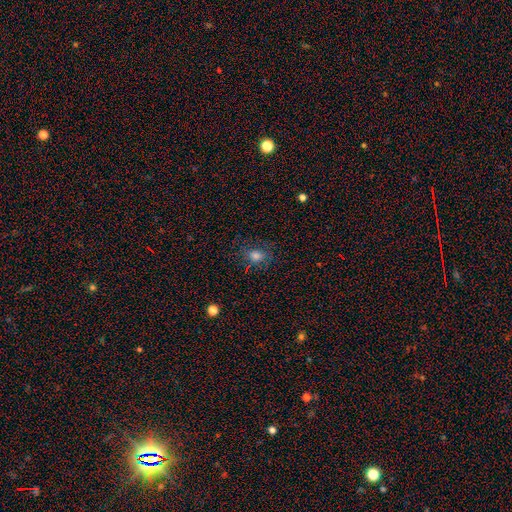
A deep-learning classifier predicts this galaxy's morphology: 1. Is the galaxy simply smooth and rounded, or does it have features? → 70% smooth, 18% star or artifact, 12% featured or disk.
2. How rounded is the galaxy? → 50% in between, 48% round, 2% cigar-shaped.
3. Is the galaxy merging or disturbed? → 72% none, 17% minor disturbance, 9% major disturbance, 2% merger.